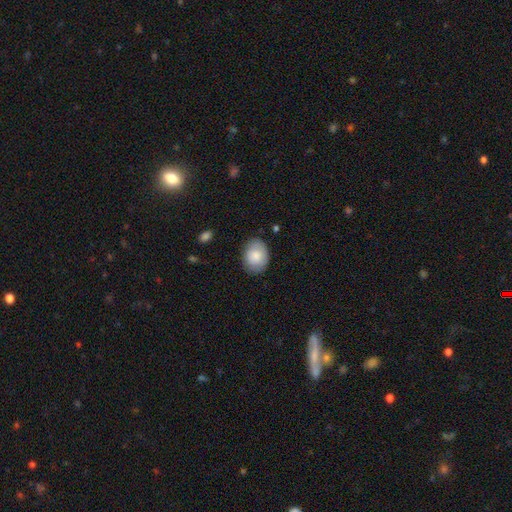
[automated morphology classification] smooth-or-featured: smooth: 84% | featured or disk: 10% | star or artifact: 6%
  how-rounded: in between: 65% | round: 34% | cigar-shaped: 1%
  merging: none: 82% | minor disturbance: 14% | major disturbance: 3% | merger: 1%